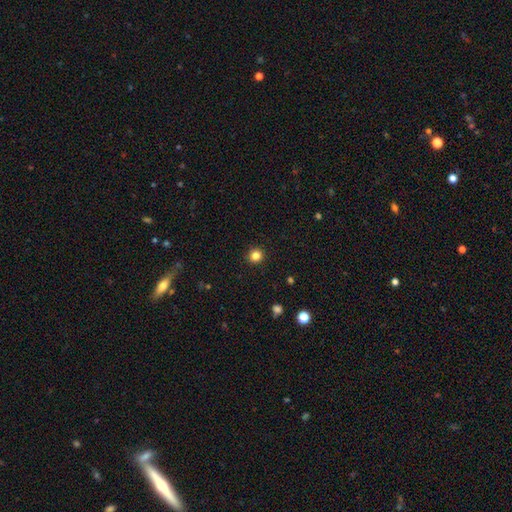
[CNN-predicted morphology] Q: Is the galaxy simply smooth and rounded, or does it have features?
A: smooth — 83%.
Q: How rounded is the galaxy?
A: round — 94%.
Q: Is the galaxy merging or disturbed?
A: none — 93%.